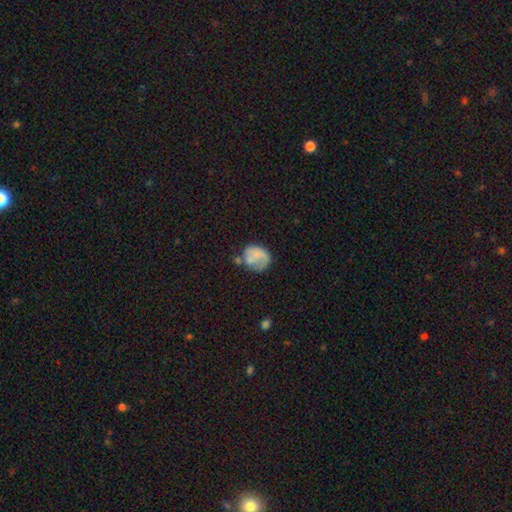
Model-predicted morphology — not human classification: Smooth or featured? smooth (59%)
How rounded? round (70%)
Merging? none (44%)